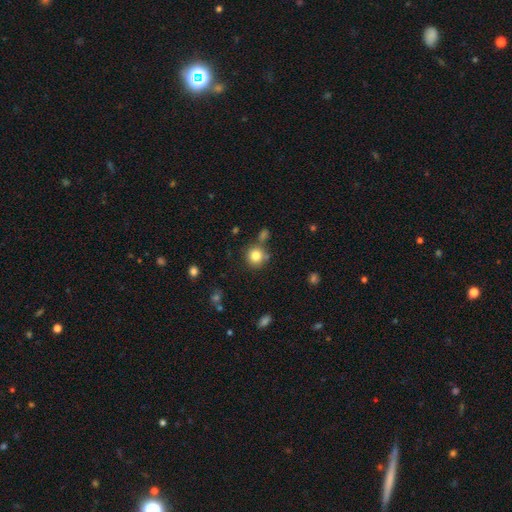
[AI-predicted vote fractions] Q: Smooth or featured?
A: smooth (82%); runner-up: star or artifact (11%)
Q: How rounded?
A: round (91%); runner-up: in between (8%)
Q: Merging?
A: none (75%); runner-up: merger (11%)